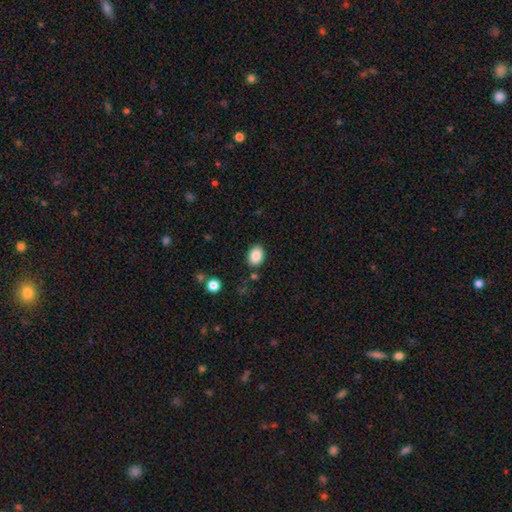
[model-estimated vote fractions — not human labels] Morphology: type=smooth (87%); roundness=in between (66%); merging=none (84%).